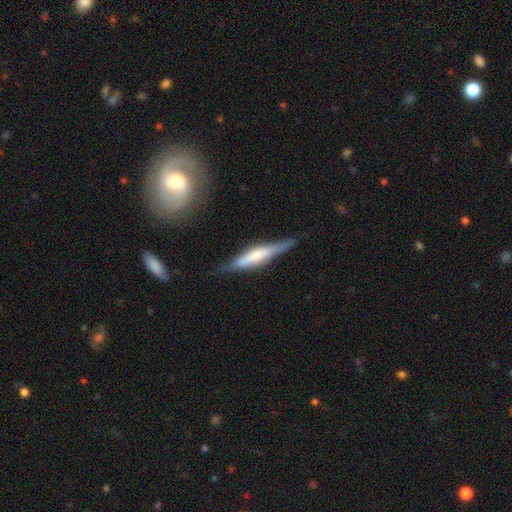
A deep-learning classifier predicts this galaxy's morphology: Overall: featured or disk (55%; smooth 39%). Edge-on disk: yes (93%). Edge-on bulge: rounded (52%; boxy 30%). Merging: none (77%).